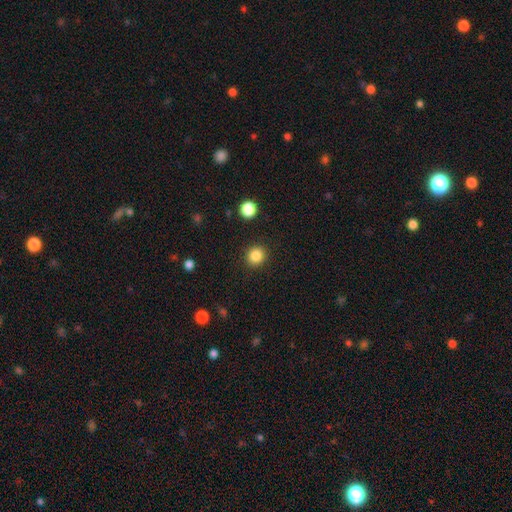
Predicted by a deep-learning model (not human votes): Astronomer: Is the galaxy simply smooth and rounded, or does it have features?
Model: smooth — 85%.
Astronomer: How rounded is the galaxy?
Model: round — 87%.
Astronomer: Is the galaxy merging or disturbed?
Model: none — 91%.